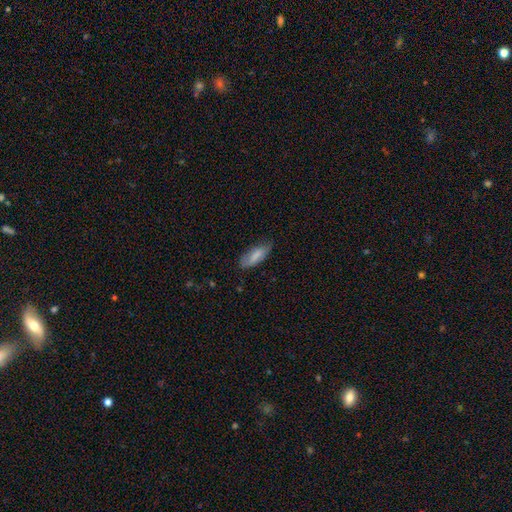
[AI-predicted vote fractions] A smooth galaxy with no disk features (76%) that is in between round and cigar-shaped (72%). Merging: none (65%).